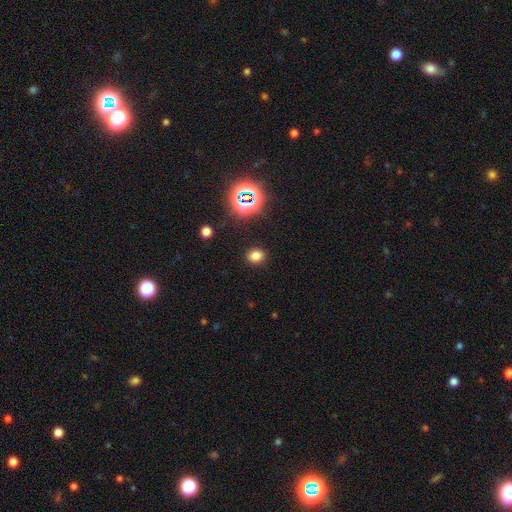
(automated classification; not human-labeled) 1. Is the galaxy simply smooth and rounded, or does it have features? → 73% smooth, 21% star or artifact, 6% featured or disk.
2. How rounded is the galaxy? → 60% round, 39% in between, 1% cigar-shaped.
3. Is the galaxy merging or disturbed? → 88% none, 7% minor disturbance, 3% major disturbance, 1% merger.